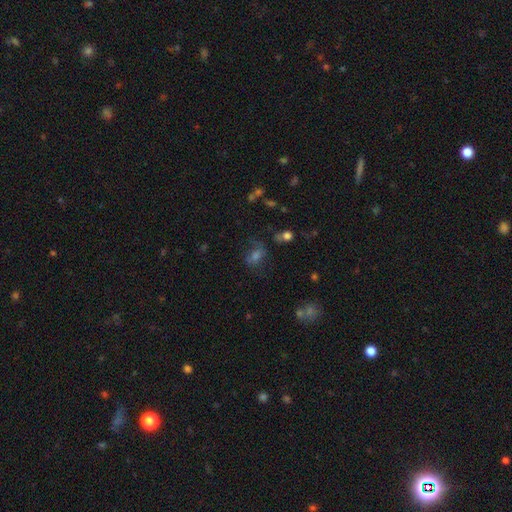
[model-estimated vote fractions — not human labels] Overall: smooth (47%; star or artifact 33%). Merging: none (55%; minor disturbance 20%).